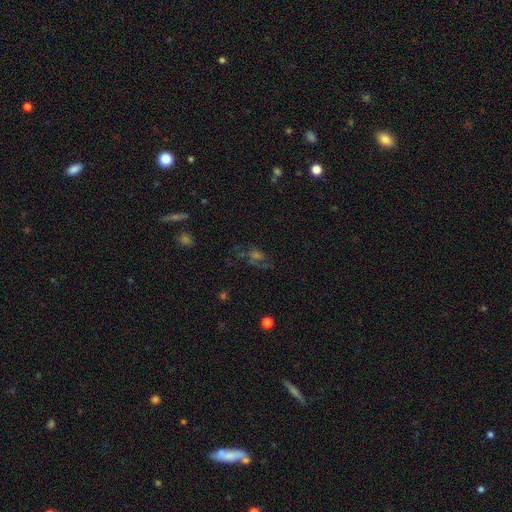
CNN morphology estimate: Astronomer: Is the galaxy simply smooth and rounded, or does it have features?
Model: star or artifact — 38% (runner-up: featured or disk, 35%).